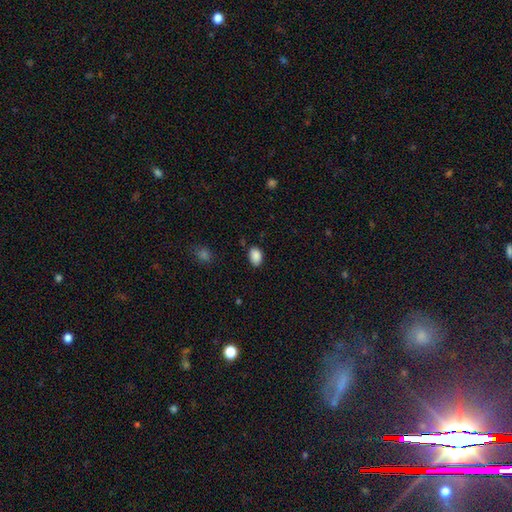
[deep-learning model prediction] Smooth or featured: smooth — 88% (star or artifact — 8%)
How rounded: in between — 85% (round — 14%)
Merging: none — 81% (minor disturbance — 15%)